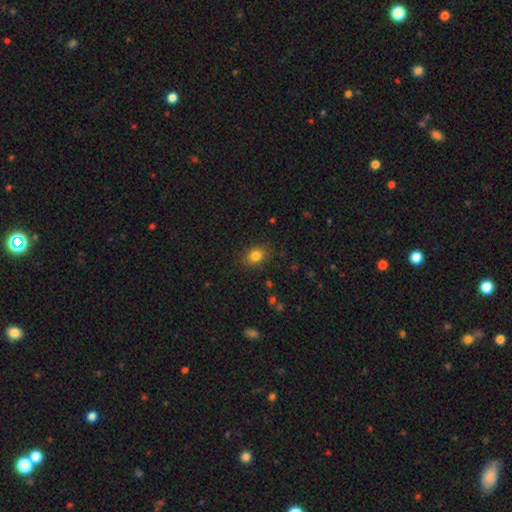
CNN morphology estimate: This is clearly a smooth galaxy (81%). How rounded: likely in between (61%). Merging: clearly none (85%).